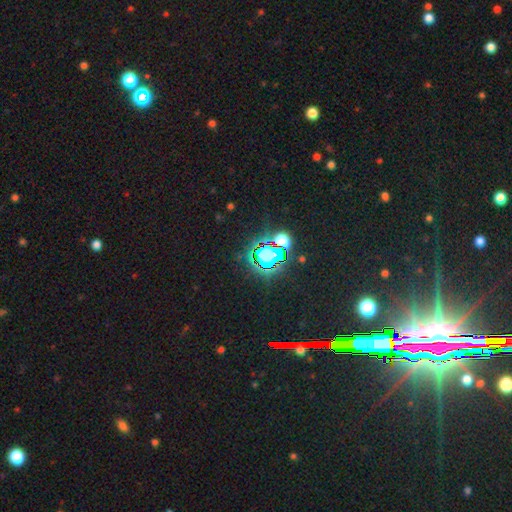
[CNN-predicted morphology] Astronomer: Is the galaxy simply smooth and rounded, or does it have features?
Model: star or artifact — 84%.